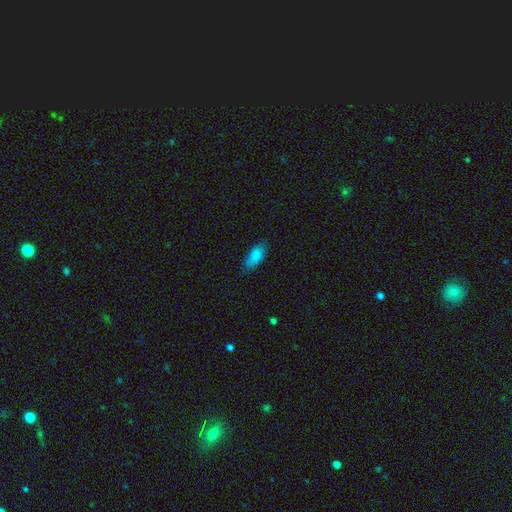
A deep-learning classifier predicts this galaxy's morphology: Overall: smooth (82%). How rounded: in between (84%). Merging: none (77%).